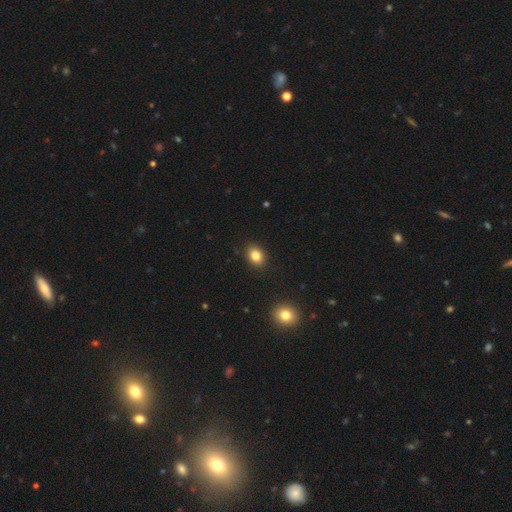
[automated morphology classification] type=smooth (83%); roundness=in between (60%); merging=none (89%).